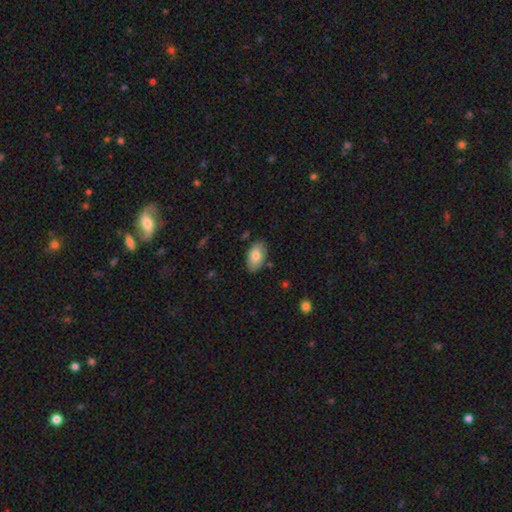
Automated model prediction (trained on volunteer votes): Smooth or featured? Predicted: smooth (p=0.76). How rounded? Predicted: in between (p=0.93). Merging? Predicted: none (p=0.83).